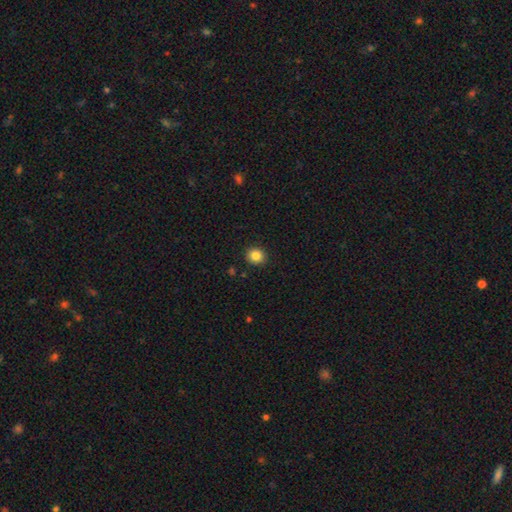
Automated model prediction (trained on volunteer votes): The model was most divided on "how rounded": round: 80%, in between: 19%, cigar-shaped: 1%. More confident: merging — none (91%); smooth or featured — smooth (85%).